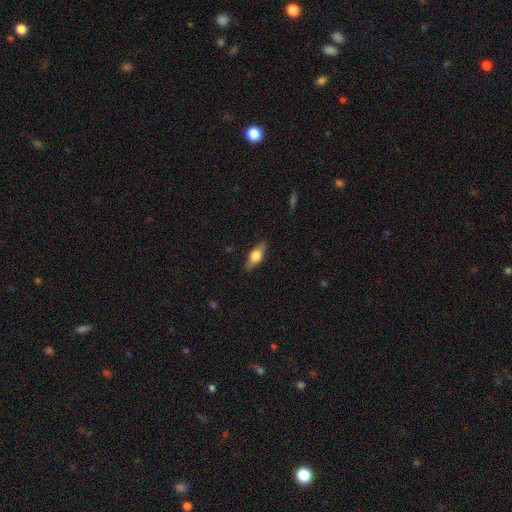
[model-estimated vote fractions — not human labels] smooth-or-featured: smooth: 58% | featured or disk: 35% | star or artifact: 7%
  how-rounded: in between: 74% | cigar-shaped: 21% | round: 5%
  merging: none: 85% | minor disturbance: 12% | major disturbance: 3% | merger: 1%